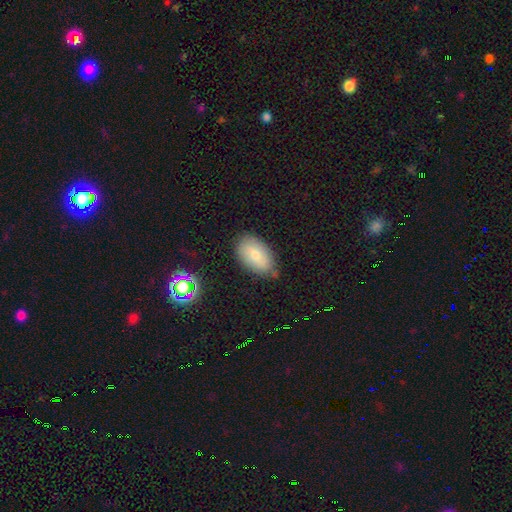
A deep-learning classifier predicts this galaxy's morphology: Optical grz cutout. It shows a smooth galaxy with no disk features (47%). Merging: none (81%).